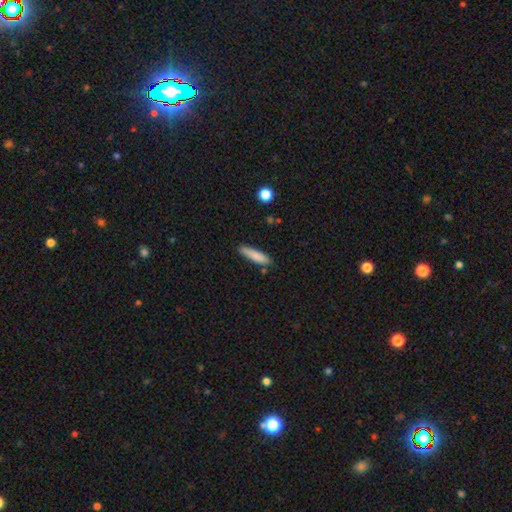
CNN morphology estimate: Smooth or featured: smooth — 84% (featured or disk — 10%)
How rounded: cigar-shaped — 78% (in between — 21%)
Merging: none — 81% (minor disturbance — 13%)